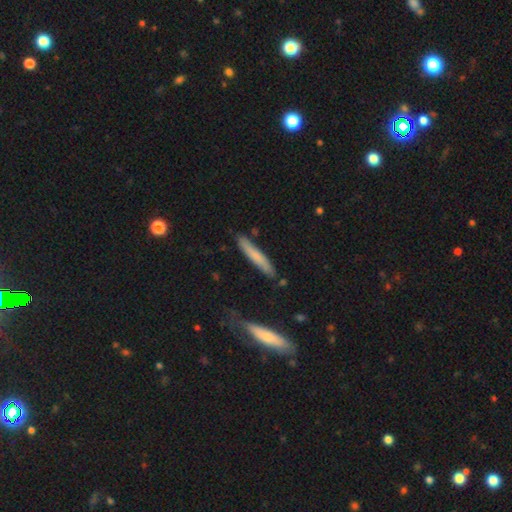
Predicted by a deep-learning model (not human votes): The model was most divided on "smooth or featured": smooth: 67%, featured or disk: 27%, star or artifact: 6%. More confident: how rounded — cigar-shaped (92%); merging — none (81%).